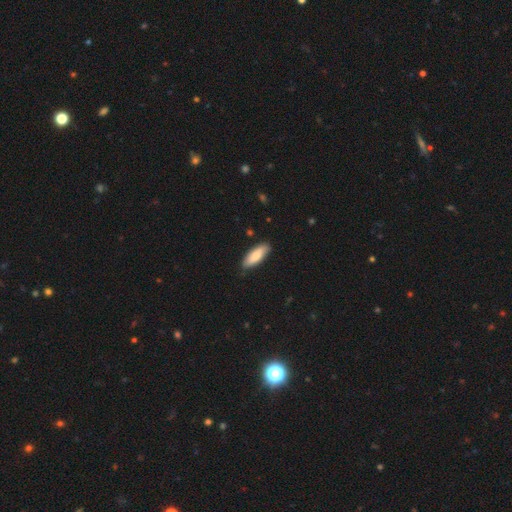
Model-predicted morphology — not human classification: Smooth or featured? smooth (79%)
How rounded? in between (66%)
Merging? none (84%)